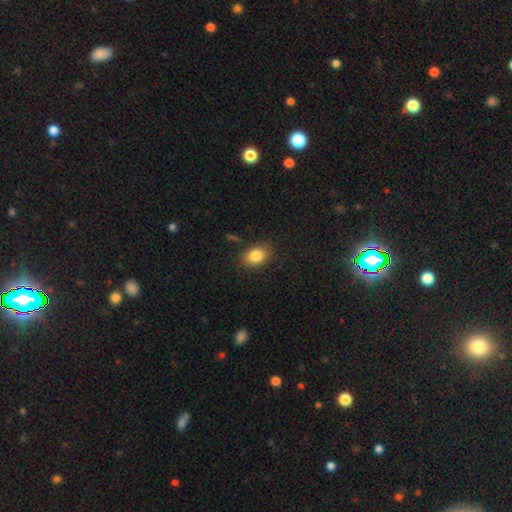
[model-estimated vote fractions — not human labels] smooth-or-featured: smooth: 84% | star or artifact: 9% | featured or disk: 8%
  how-rounded: in between: 74% | round: 25% | cigar-shaped: 1%
  merging: none: 83% | minor disturbance: 12% | major disturbance: 3% | merger: 2%